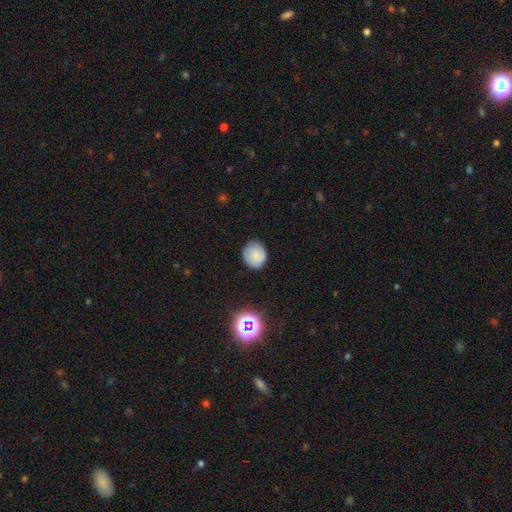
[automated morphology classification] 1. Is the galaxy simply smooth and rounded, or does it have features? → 77% smooth, 12% featured or disk, 11% star or artifact.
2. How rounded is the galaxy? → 81% round, 19% in between, 1% cigar-shaped.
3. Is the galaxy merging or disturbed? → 82% none, 14% minor disturbance, 3% major disturbance, 1% merger.